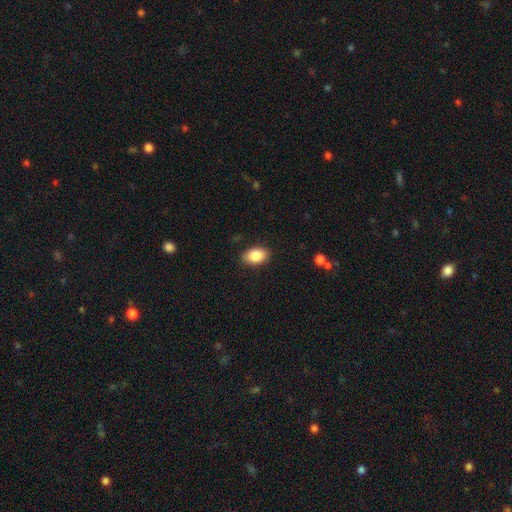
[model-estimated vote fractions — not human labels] Smooth or featured? Predicted: smooth (p=0.86). How rounded? Predicted: in between (p=0.88). Merging? Predicted: none (p=0.86).